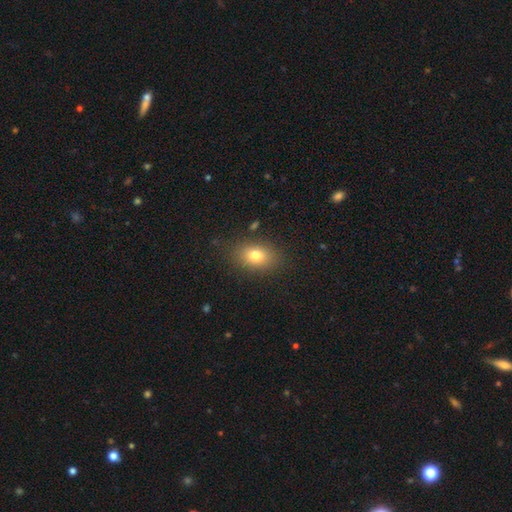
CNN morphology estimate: type=smooth (78%); roundness=in between (77%); merging=none (84%).